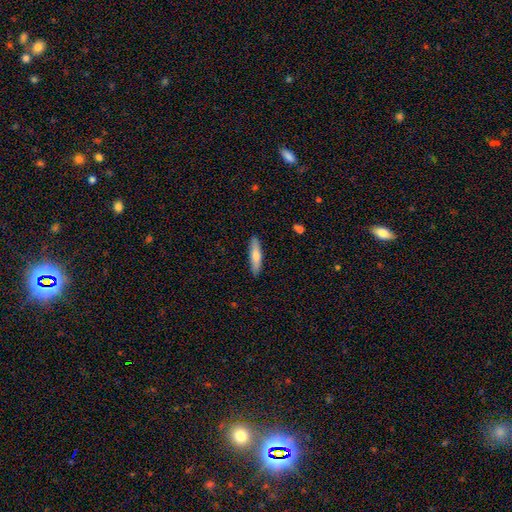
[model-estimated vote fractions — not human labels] Smooth or featured?
  - smooth: 69% *
  - featured or disk: 25%
  - star or artifact: 6%
How rounded?
  - cigar-shaped: 80% *
  - in between: 18%
  - round: 2%
Merging?
  - none: 89% *
  - minor disturbance: 8%
  - major disturbance: 2%
  - merger: 1%